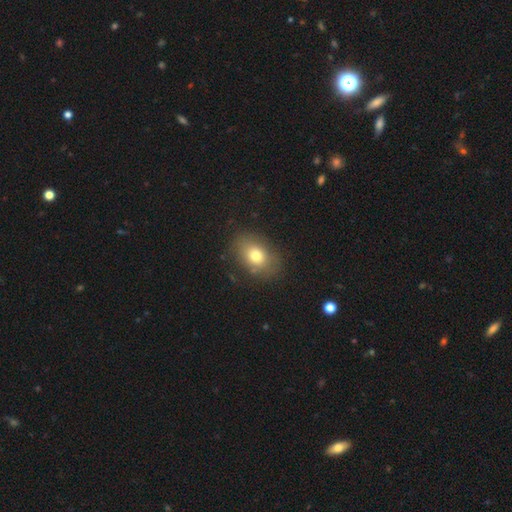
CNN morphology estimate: This appears to be a smooth galaxy with no disk features (75%) that is in between round and cigar-shaped (72%). Merging: none (79%).